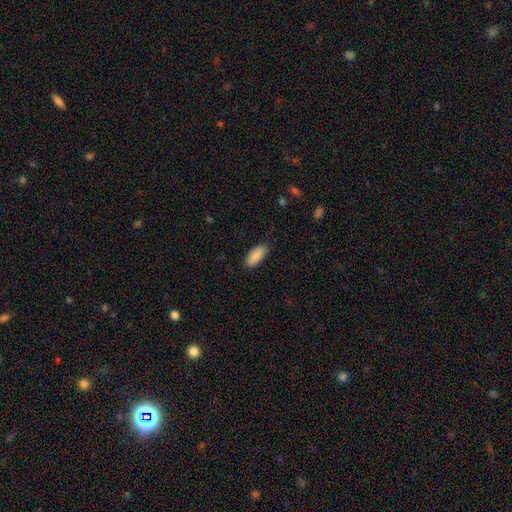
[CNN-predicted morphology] Smooth or featured? Predicted: smooth (p=0.89). How rounded? Predicted: in between (p=0.84). Merging? Predicted: none (p=0.87).